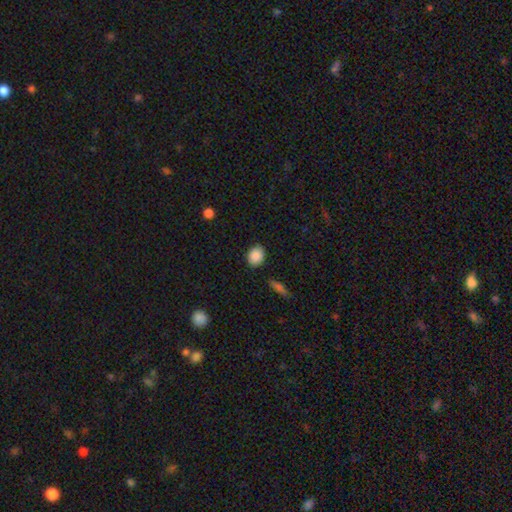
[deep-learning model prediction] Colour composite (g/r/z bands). It shows a smooth galaxy with no disk features (88%) that is round (50%). Merging: none (82%).